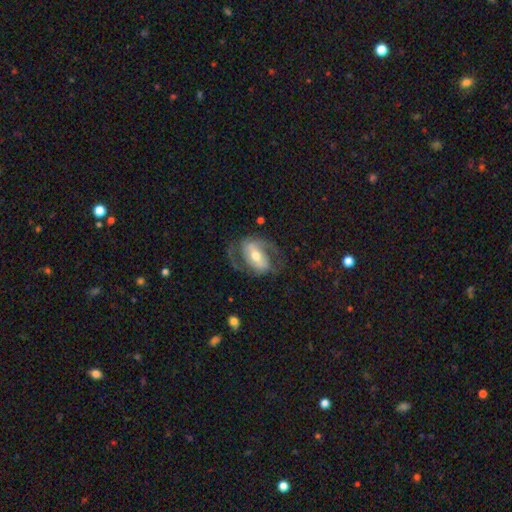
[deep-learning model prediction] smooth-or-featured: featured or disk: 83% | smooth: 12% | star or artifact: 5%
  disk-edge-on: no: 96% | yes: 4%
    bar: strong: 46% | weak: 34% | no: 21%
    has-spiral-arms: yes: 90% | no: 10%
      spiral-winding: medium: 52% | loose: 29% | tight: 19%
      spiral-arm-count: 2: 88% | can't tell: 5% | 1: 3% | 3: 2% | 4: 1% | more than 4: 1%
    bulge-size: moderate: 65% | small: 26% | large: 7% | dominant: 1% | none: 1%
  merging: none: 67% | minor disturbance: 16% | major disturbance: 15% | merger: 2%